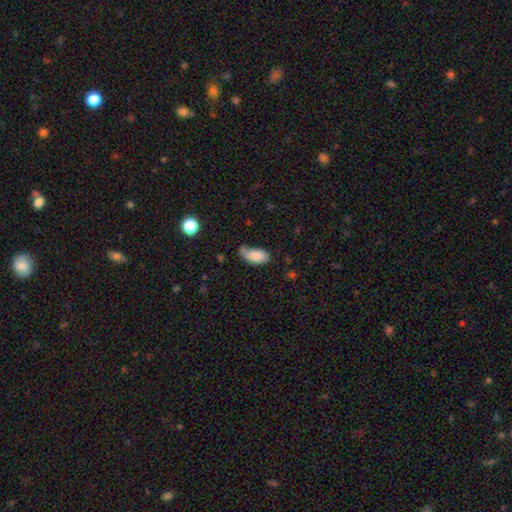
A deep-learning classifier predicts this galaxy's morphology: type=smooth (79%); roundness=in between (93%); merging=none (45%).